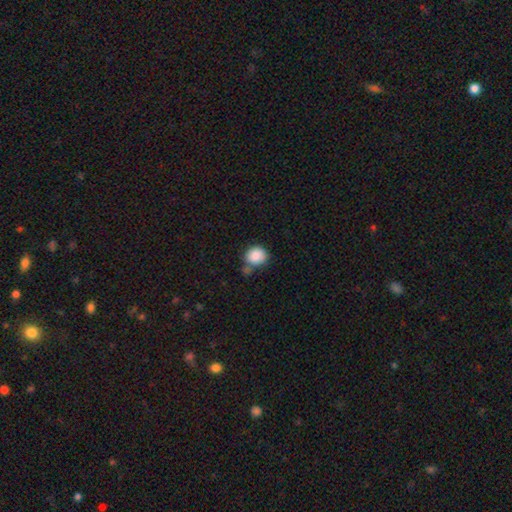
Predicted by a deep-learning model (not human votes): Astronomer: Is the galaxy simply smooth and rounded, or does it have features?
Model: smooth — 87%.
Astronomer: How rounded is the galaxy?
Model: round — 79%.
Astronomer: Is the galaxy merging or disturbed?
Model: none — 57%.